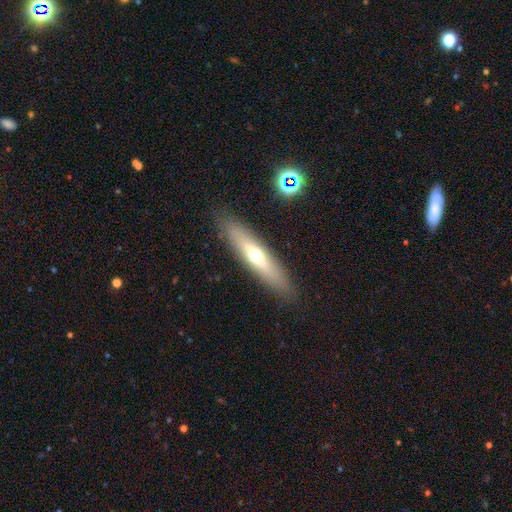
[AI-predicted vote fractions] This appears to be a smooth galaxy with no disk features (49%). Merging: none (89%).